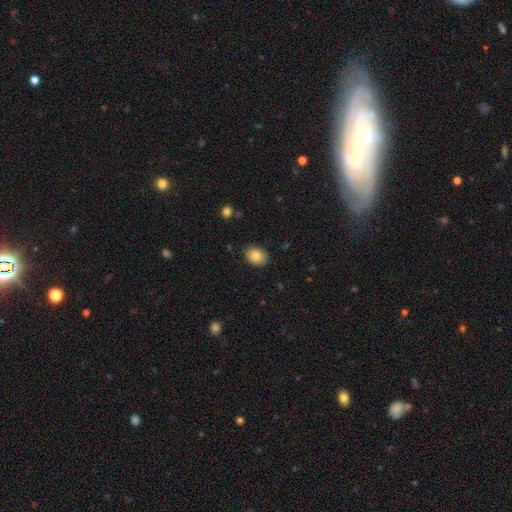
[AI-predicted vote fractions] A smooth galaxy with no disk features (83%) that is in between round and cigar-shaped (71%).

Vote fractions:
- Smooth or featured? smooth: 83% / featured or disk: 9% / star or artifact: 8%
- How rounded? in between: 71% / round: 28% / cigar-shaped: 1%
- Merging? none: 86% / minor disturbance: 11% / major disturbance: 2% / merger: 1%